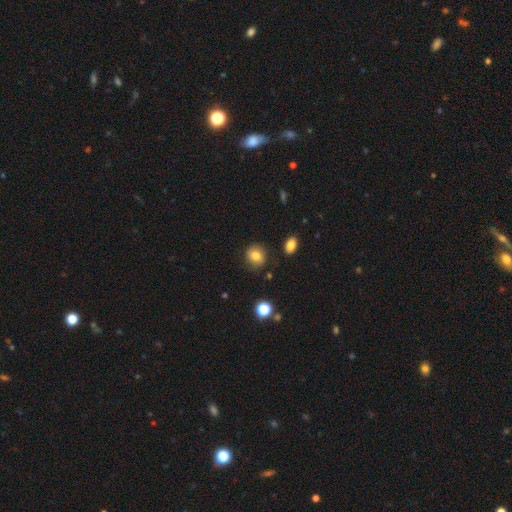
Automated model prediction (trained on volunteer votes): smooth-or-featured: smooth: 80% | star or artifact: 11% | featured or disk: 10%
  how-rounded: round: 72% | in between: 27% | cigar-shaped: 1%
  merging: none: 84% | minor disturbance: 11% | major disturbance: 3% | merger: 2%